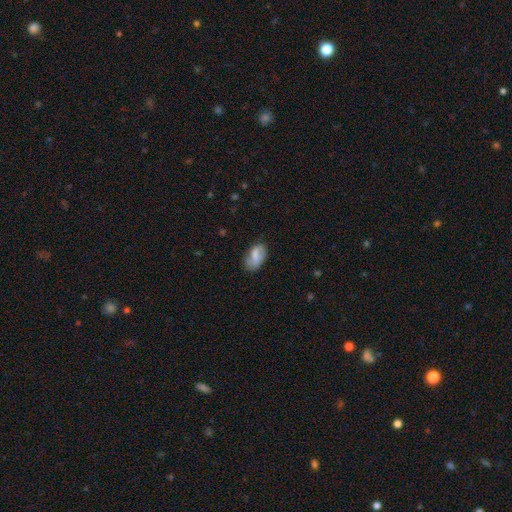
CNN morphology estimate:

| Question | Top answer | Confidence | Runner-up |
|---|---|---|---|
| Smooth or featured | smooth | 67% | featured or disk (26%) |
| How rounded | in between | 91% | round (7%) |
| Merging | none | 62% | minor disturbance (27%) |